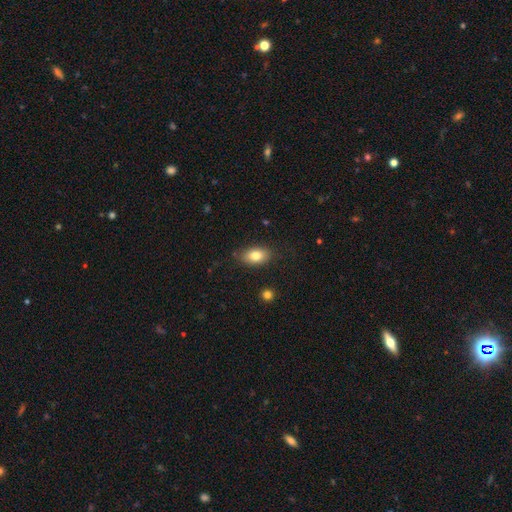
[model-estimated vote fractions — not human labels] smooth 80%, featured or disk 12%, star or artifact 8%. Down the decision tree: how rounded — in between (88%); merging — none (82%).